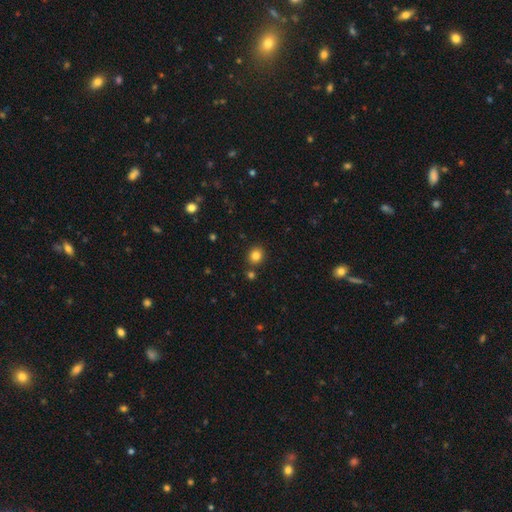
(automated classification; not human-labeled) A smooth galaxy with no disk features (83%) that is round (78%).

Vote fractions:
- Smooth or featured? smooth: 83% / star or artifact: 12% / featured or disk: 5%
- How rounded? round: 78% / in between: 22% / cigar-shaped: 1%
- Merging? none: 83% / minor disturbance: 8% / merger: 7% / major disturbance: 2%